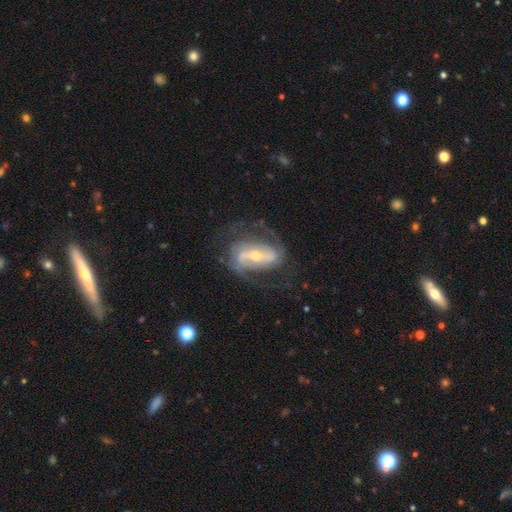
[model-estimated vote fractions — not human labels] Morphology: type=featured or disk (87%); edge-on=no (95%); bar=strong (53%); spiral arms=yes (93%); winding=medium (47%); arm count=2 (76%); bulge=small (53%); merging=none (67%).